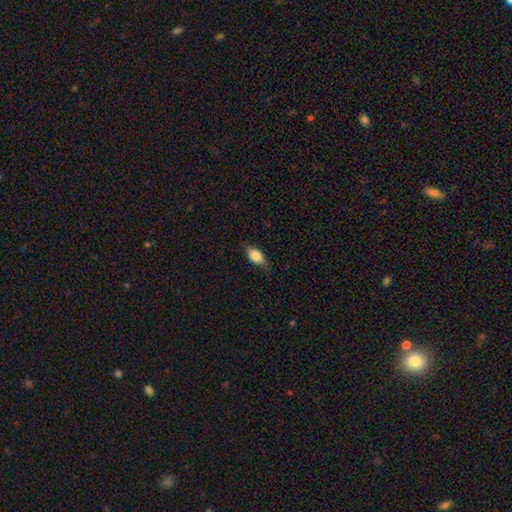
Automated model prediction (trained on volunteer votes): Overall: smooth (83%). How rounded: in between (88%). Merging: none (77%).